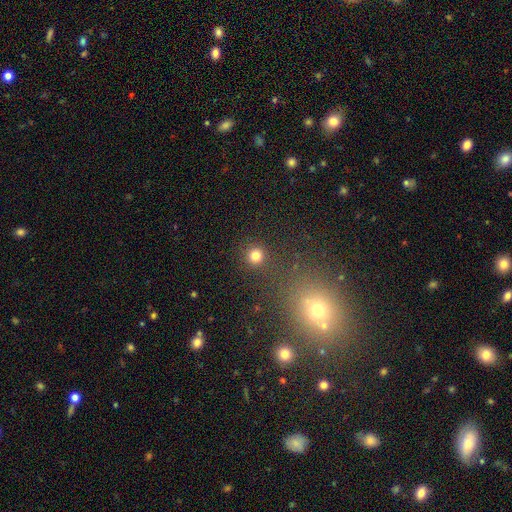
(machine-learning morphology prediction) Smooth or featured: smooth — 80% (star or artifact — 15%)
How rounded: round — 95% (in between — 4%)
Merging: none — 89% (minor disturbance — 6%)